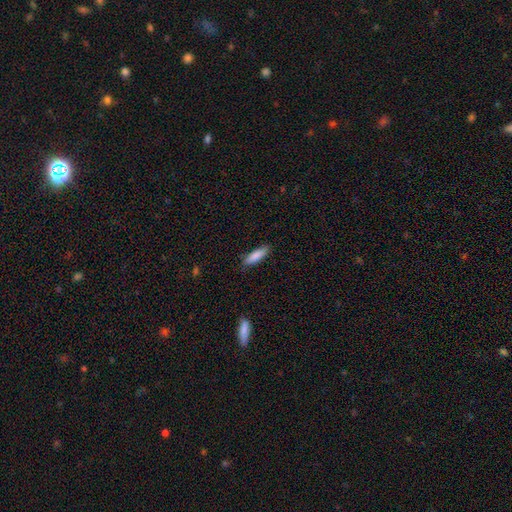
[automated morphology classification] A smooth galaxy with no disk features (84%) that is cigar-shaped (62%). Merging: none (84%).